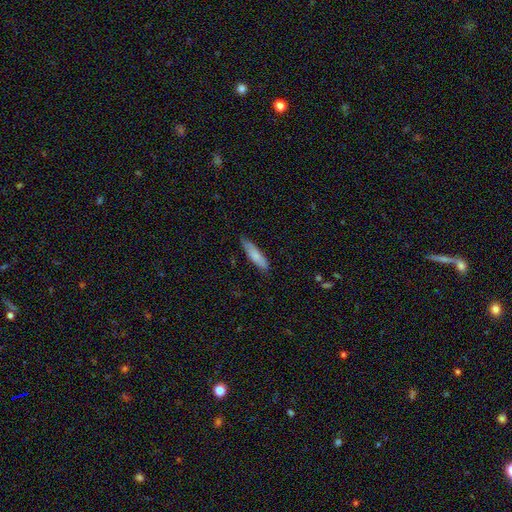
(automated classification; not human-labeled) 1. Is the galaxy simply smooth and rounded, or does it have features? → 80% smooth, 15% featured or disk, 5% star or artifact.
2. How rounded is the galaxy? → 71% cigar-shaped, 28% in between, 1% round.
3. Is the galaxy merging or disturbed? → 78% none, 18% minor disturbance, 3% major disturbance, 1% merger.